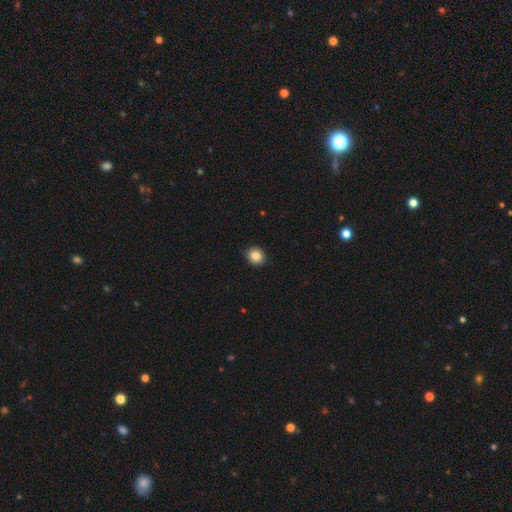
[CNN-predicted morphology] This appears to be a smooth galaxy with no disk features (84%) that is round (83%). Merging: none (91%).